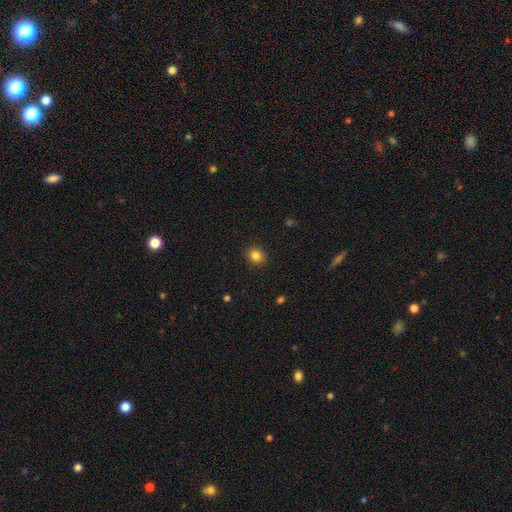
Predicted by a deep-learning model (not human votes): Smooth or featured? Predicted: smooth (p=0.84). How rounded? Predicted: round (p=0.64). Merging? Predicted: none (p=0.90).